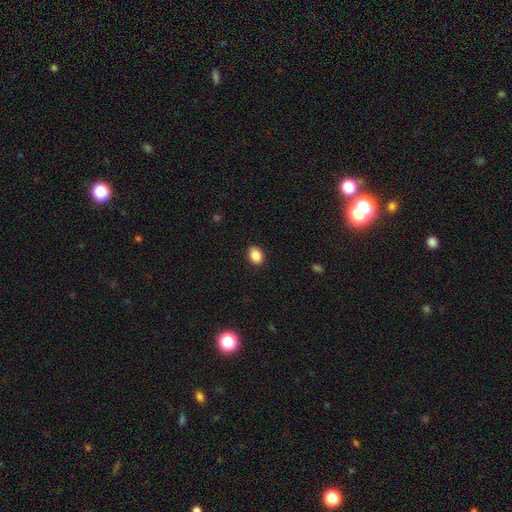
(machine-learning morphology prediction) A smooth galaxy with no disk features (88%) that is in between round and cigar-shaped (69%). Merging: none (90%).